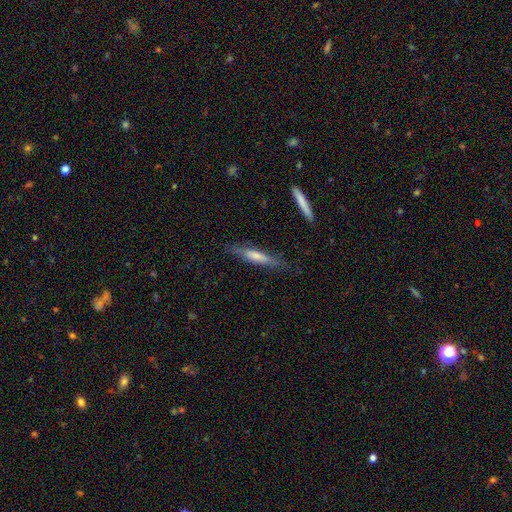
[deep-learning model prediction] This is possibly a smooth galaxy (47%, tied with featured or disk). Merging: likely none (79%).